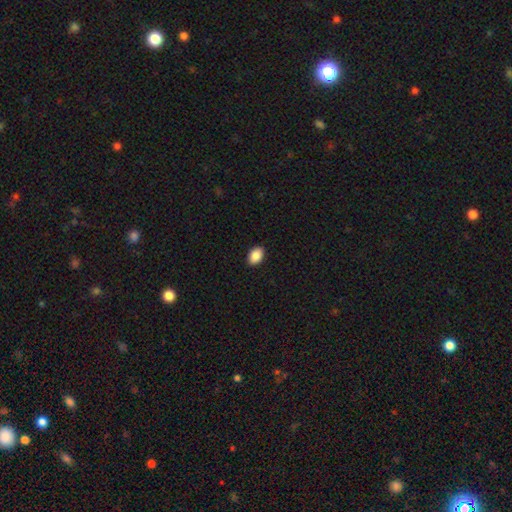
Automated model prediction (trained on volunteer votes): Smooth or featured?
  - smooth: 89% *
  - star or artifact: 7%
  - featured or disk: 4%
How rounded?
  - in between: 85% *
  - round: 13%
  - cigar-shaped: 1%
Merging?
  - none: 91% *
  - minor disturbance: 6%
  - major disturbance: 2%
  - merger: 1%